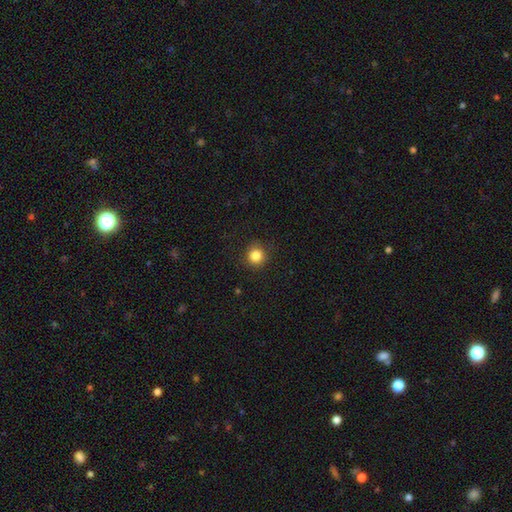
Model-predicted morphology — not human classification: This appears to be a smooth galaxy with no disk features (84%) that is round (92%). Merging: none (88%).